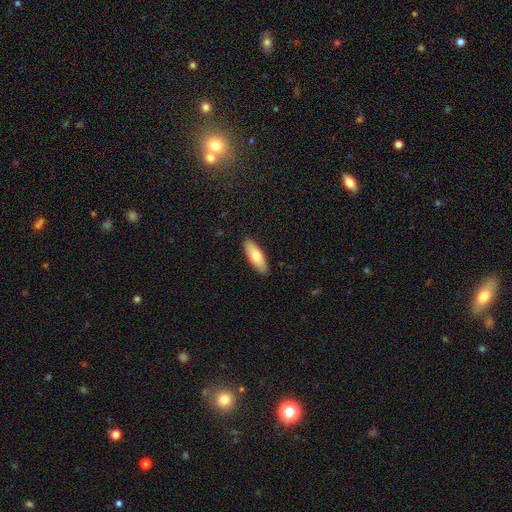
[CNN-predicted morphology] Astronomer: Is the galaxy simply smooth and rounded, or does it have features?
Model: smooth — 69%.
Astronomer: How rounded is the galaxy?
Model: in between — 67%.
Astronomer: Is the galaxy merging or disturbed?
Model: none — 89%.